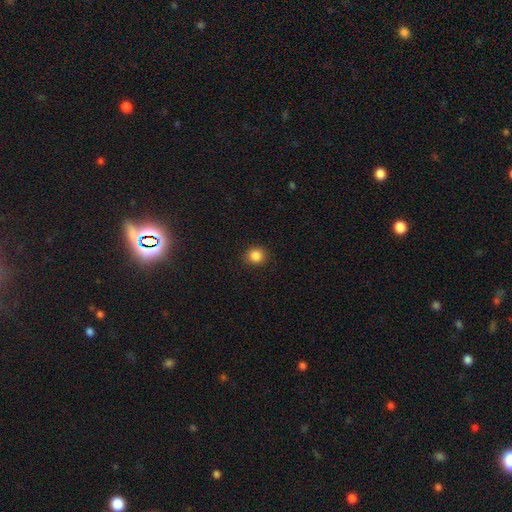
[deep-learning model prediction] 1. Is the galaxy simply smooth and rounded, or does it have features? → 85% smooth, 11% star or artifact, 4% featured or disk.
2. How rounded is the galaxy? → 86% round, 14% in between, 1% cigar-shaped.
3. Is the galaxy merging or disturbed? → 89% none, 8% minor disturbance, 2% major disturbance, 1% merger.